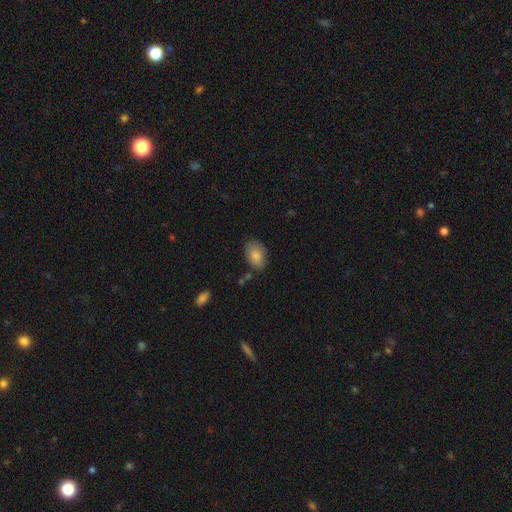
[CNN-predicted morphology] type=smooth (85%); roundness=in between (88%); merging=none (75%).